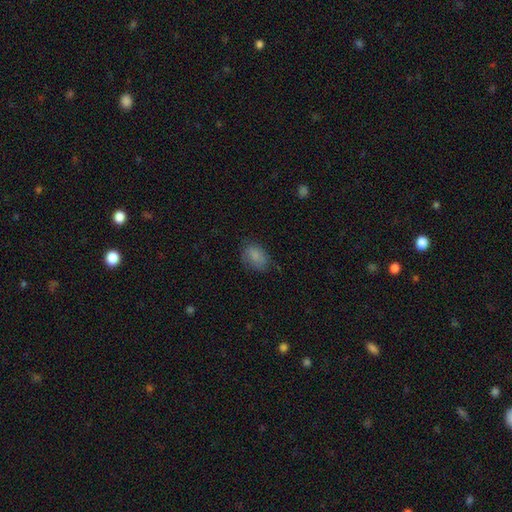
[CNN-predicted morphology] smooth_or_featured: smooth (p=0.80) [alt: featured or disk p=0.11]
how_rounded: in between (p=0.79) [alt: round p=0.19]
merging: none (p=0.64) [alt: minor disturbance p=0.25]